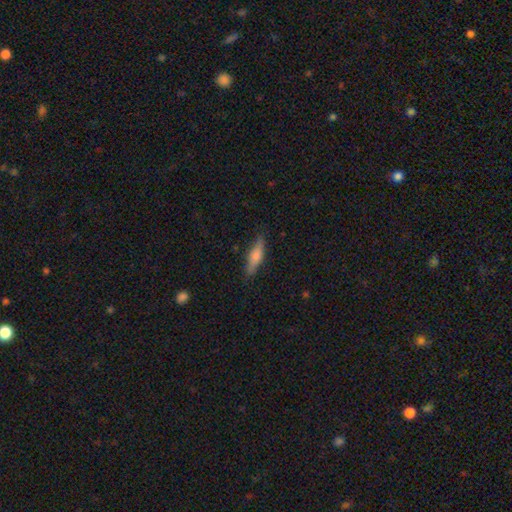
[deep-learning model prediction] The model was most divided on "smooth or featured": smooth: 56%, featured or disk: 37%, star or artifact: 6%. More confident: merging — none (86%); how rounded — cigar-shaped (75%).